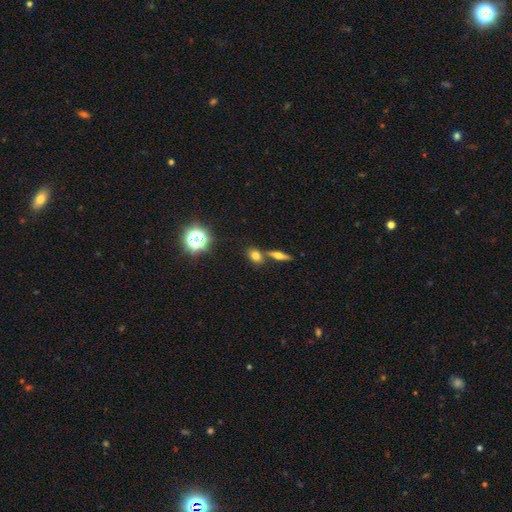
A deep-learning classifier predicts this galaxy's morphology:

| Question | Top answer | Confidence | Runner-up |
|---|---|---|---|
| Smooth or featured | smooth | 68% | star or artifact (17%) |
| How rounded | in between | 58% | round (35%) |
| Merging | none | 62% | merger (26%) |